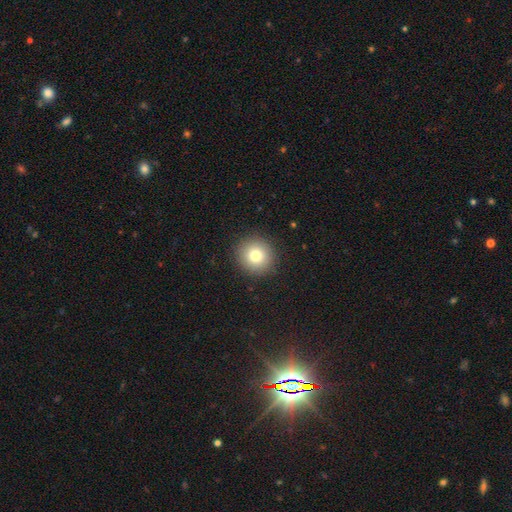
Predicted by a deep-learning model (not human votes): A smooth galaxy with no disk features (78%) that is round (93%). Merging: none (91%).